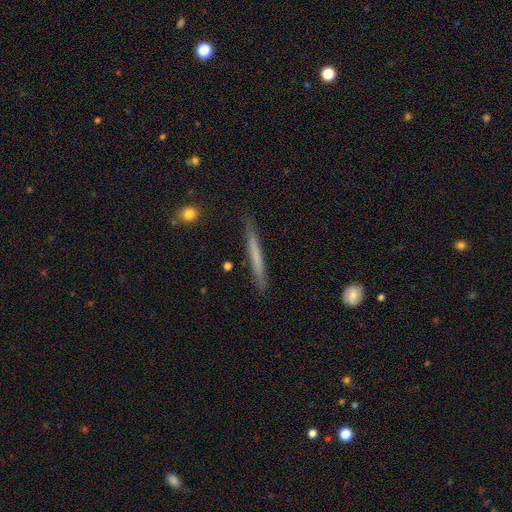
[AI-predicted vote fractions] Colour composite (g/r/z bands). It shows a smooth galaxy with no disk features (55%) that is cigar-shaped (97%). Merging: none (88%).